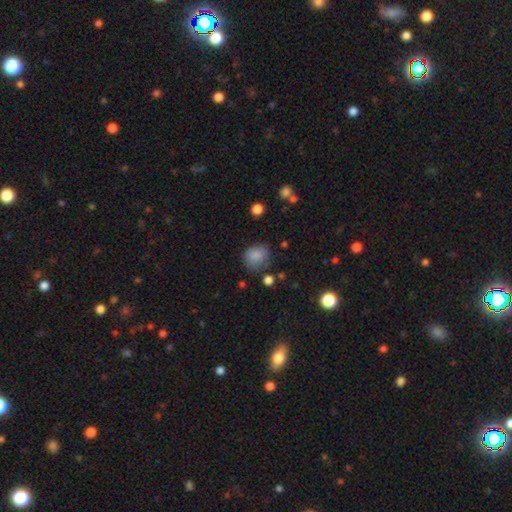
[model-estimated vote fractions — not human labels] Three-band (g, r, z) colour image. It shows a smooth galaxy with no disk features (82%) that is round (65%). Merging: none (63%).